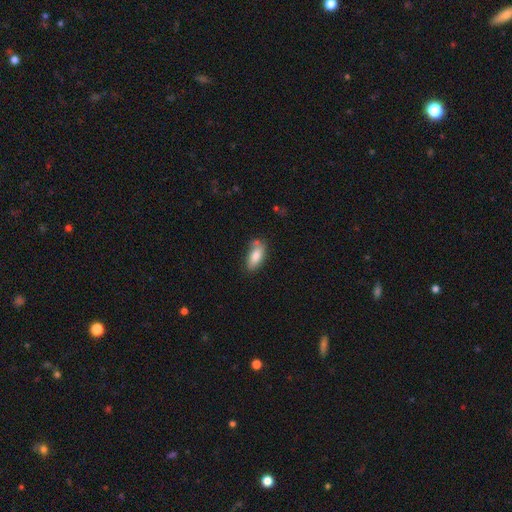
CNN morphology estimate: The model was most divided on "merging": none: 60%, minor disturbance: 24%, merger: 9%, major disturbance: 6%. More confident: how rounded — in between (86%); smooth or featured — smooth (82%).